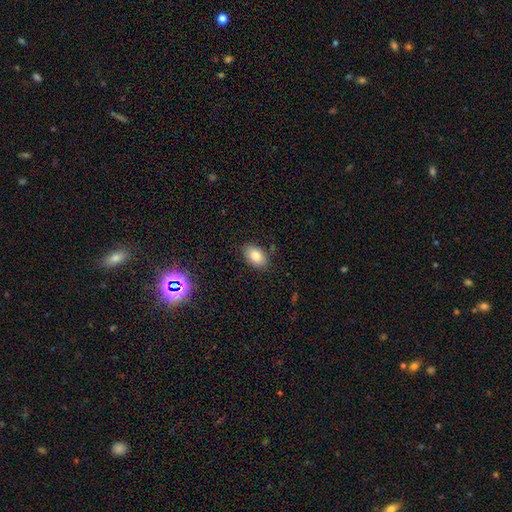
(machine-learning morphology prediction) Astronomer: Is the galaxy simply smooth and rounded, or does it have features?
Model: smooth — 82%.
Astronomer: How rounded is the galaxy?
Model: in between — 89%.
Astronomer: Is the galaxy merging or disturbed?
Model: none — 83%.